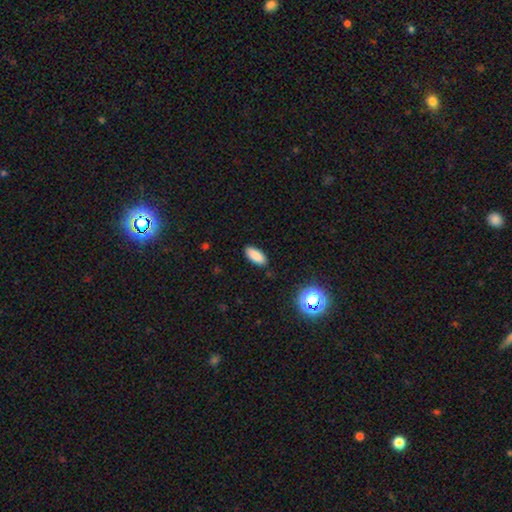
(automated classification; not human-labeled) Morphology: type=smooth (86%); roundness=in between (85%); merging=none (88%).